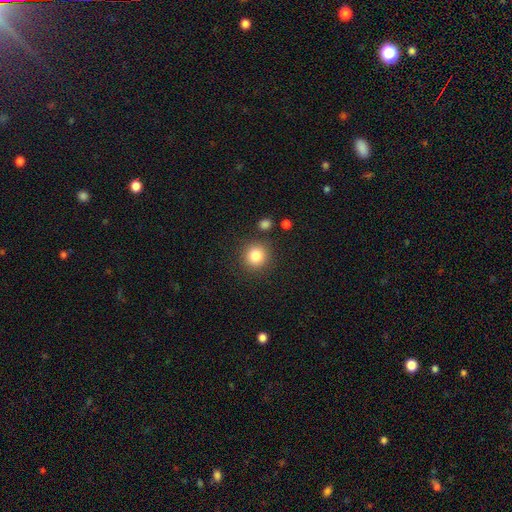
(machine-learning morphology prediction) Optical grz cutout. It shows a smooth galaxy with no disk features (84%) that is round (92%). Merging: none (86%).